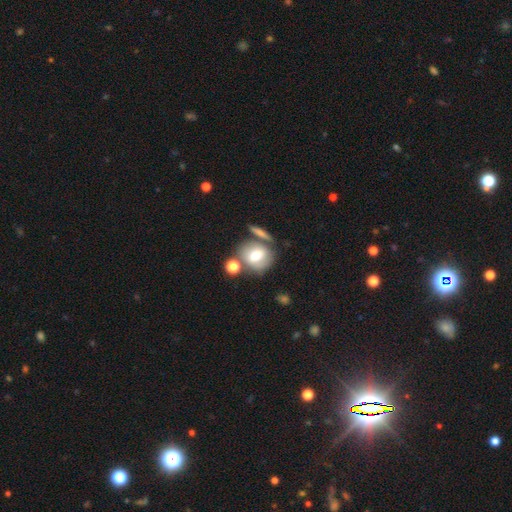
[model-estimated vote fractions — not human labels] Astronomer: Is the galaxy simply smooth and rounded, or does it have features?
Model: smooth — 61%.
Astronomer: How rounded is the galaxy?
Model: round — 73%.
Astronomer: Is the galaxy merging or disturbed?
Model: none — 57%.